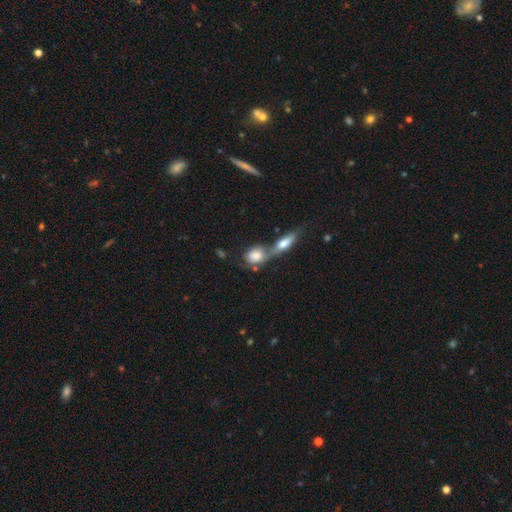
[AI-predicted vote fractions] smooth_or_featured: smooth (p=0.75) [alt: featured or disk p=0.18]
how_rounded: in between (p=0.57) [alt: round p=0.37]
merging: merger (p=0.61) [alt: none p=0.25]